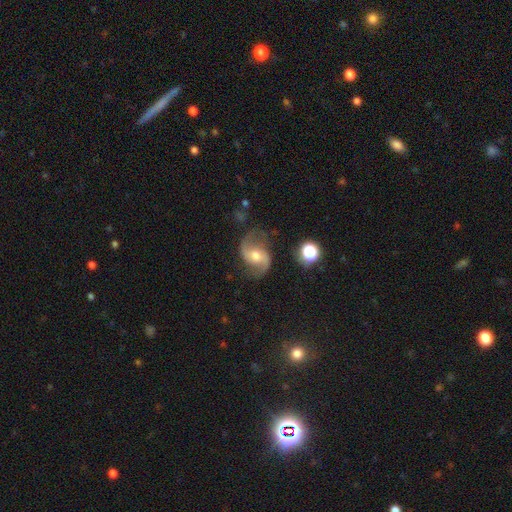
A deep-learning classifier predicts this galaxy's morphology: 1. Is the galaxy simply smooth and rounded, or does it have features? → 86% featured or disk, 8% smooth, 6% star or artifact.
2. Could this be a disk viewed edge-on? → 98% no, 2% yes.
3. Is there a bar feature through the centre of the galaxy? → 46% no, 41% weak, 13% strong.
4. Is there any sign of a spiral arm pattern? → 96% yes, 4% no.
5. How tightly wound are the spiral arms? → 54% loose, 38% medium, 8% tight.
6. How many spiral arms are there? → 93% 2, 2% can't tell, 2% 1, 1% 3, 1% 4, 1% more than 4.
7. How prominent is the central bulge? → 66% moderate, 23% small, 7% large, 2% none, 1% dominant.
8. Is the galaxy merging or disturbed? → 74% none, 16% minor disturbance, 8% major disturbance, 2% merger.